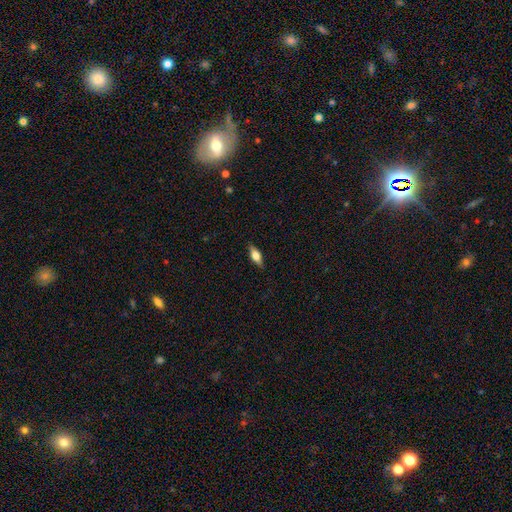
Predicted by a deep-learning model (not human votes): smooth-or-featured: smooth: 60% | featured or disk: 33% | star or artifact: 7%
  how-rounded: in between: 71% | cigar-shaped: 25% | round: 4%
  merging: none: 85% | minor disturbance: 11% | major disturbance: 2% | merger: 1%